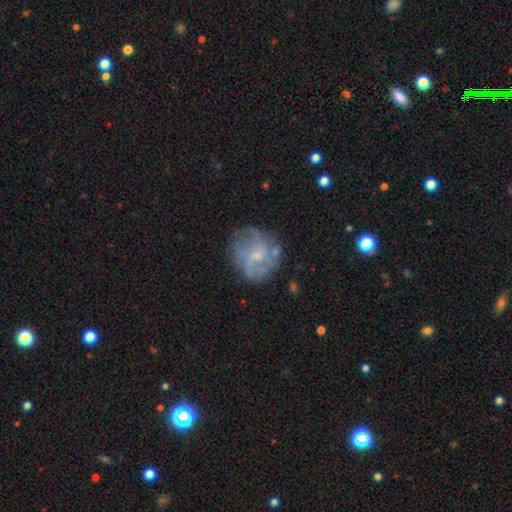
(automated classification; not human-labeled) This is likely a featured or disk galaxy (63%). It is clearly not viewed edge-on (98%). Bar: likely no (64%). Spiral arm pattern: likely yes (72%). Central bulge: likely small (66%). Merging: likely none (66%).